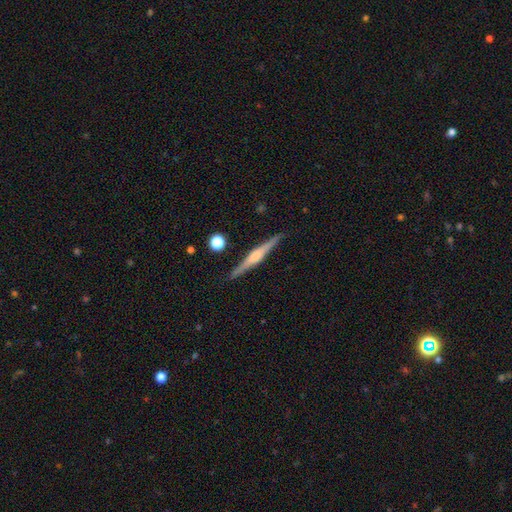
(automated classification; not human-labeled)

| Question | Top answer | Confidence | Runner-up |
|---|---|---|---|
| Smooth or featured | featured or disk | 75% | smooth (19%) |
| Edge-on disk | yes | 98% | no (2%) |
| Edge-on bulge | rounded | 66% | boxy (26%) |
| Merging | none | 90% | minor disturbance (7%) |